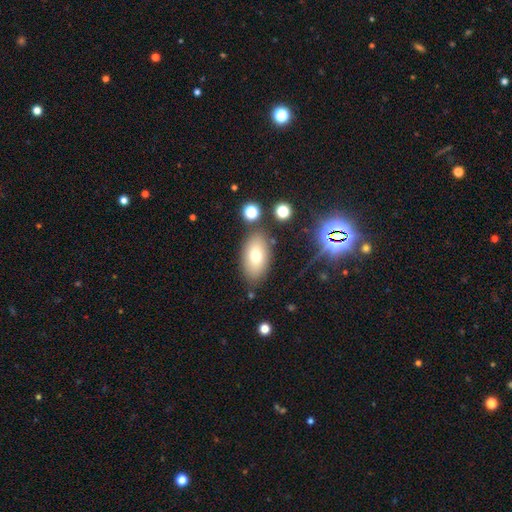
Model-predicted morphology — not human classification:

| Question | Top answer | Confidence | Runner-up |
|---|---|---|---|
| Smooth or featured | smooth | 71% | featured or disk (19%) |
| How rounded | in between | 90% | round (7%) |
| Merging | none | 79% | minor disturbance (12%) |